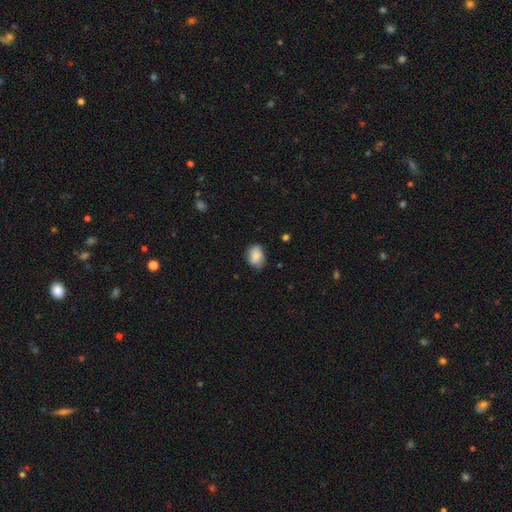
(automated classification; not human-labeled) Smooth or featured? smooth (83%)
How rounded? in between (72%)
Merging? none (72%)